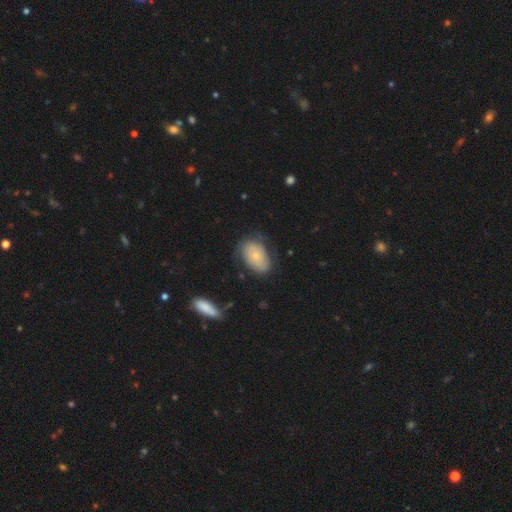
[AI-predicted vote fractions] The model was most divided on "smooth or featured": smooth: 57%, featured or disk: 36%, star or artifact: 7%. More confident: how rounded — in between (88%); merging — none (62%).